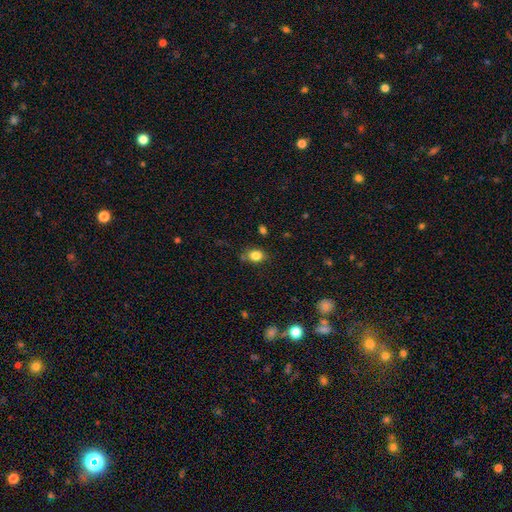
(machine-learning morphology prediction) smooth-or-featured: smooth: 83% | star or artifact: 10% | featured or disk: 7%
  how-rounded: in between: 64% | round: 34% | cigar-shaped: 1%
  merging: none: 76% | minor disturbance: 17% | major disturbance: 4% | merger: 4%